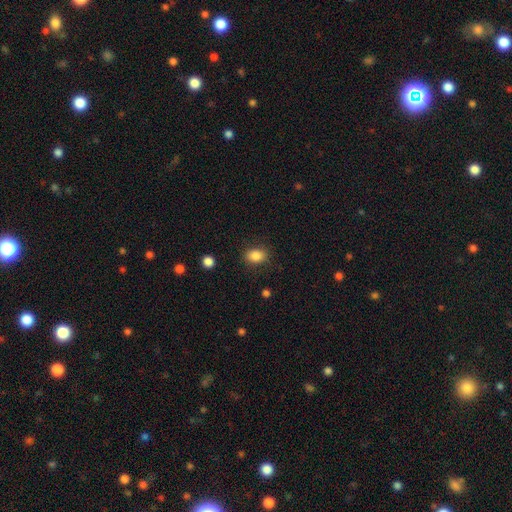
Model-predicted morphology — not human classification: Smooth or featured? smooth (86%)
How rounded? in between (67%)
Merging? none (85%)